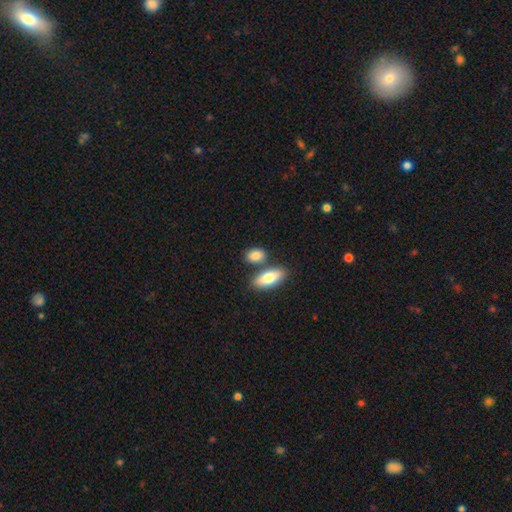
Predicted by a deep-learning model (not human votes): A smooth galaxy with no disk features (85%) that is in between round and cigar-shaped (80%). Merging: none (64%).